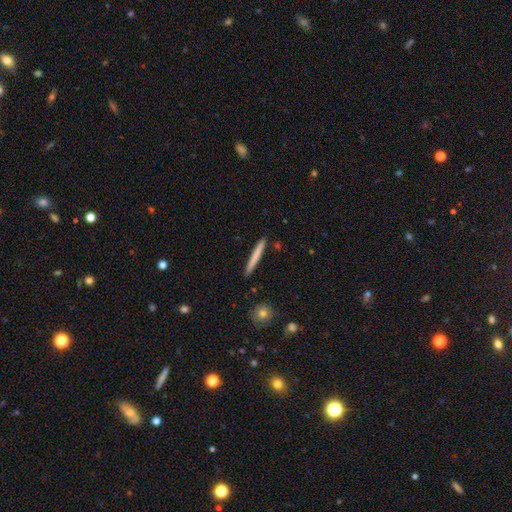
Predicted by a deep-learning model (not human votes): Overall: smooth (70%). How rounded: cigar-shaped (97%). Merging: none (91%).